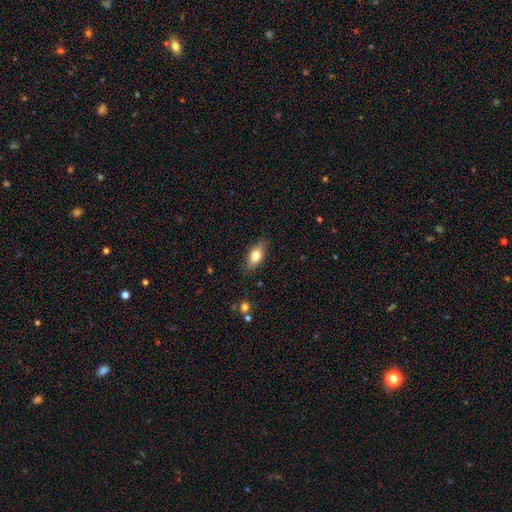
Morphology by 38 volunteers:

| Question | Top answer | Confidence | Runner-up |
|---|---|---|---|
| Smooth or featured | smooth | 76% | featured or disk (24%) |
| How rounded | in between | 93% | cigar-shaped (7%) |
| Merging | none | 79% | minor disturbance (18%) |